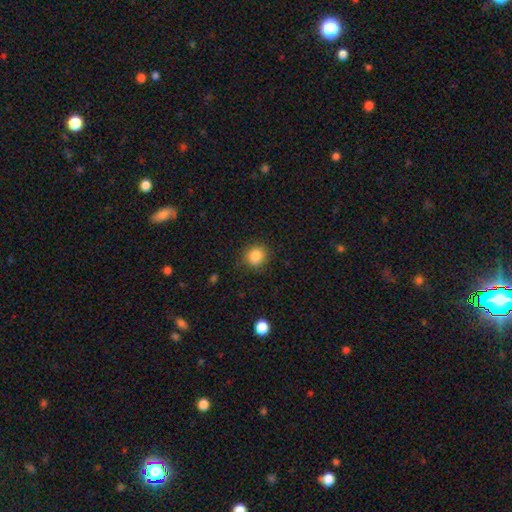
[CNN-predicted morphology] Overall: smooth (85%). How rounded: round (79%). Merging: none (85%).